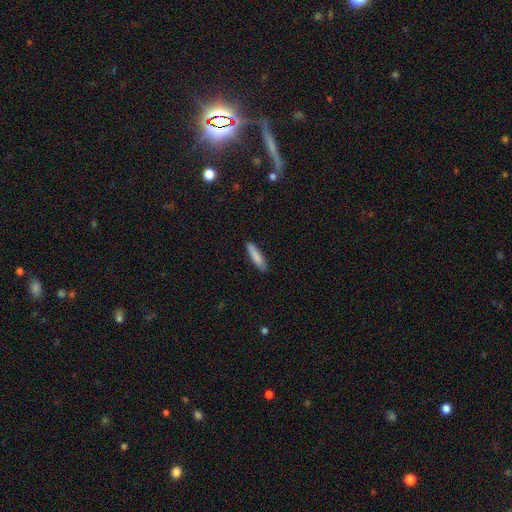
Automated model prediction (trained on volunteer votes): smooth-or-featured: smooth: 84% | featured or disk: 10% | star or artifact: 6%
  how-rounded: cigar-shaped: 77% | in between: 21% | round: 1%
  merging: none: 84% | minor disturbance: 13% | major disturbance: 2% | merger: 1%